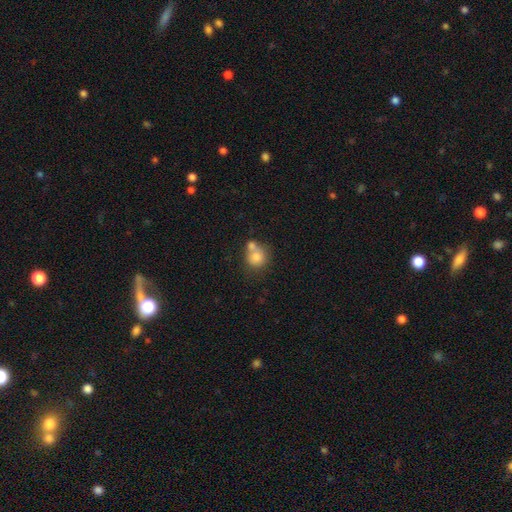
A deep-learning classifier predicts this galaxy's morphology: Smooth or featured? smooth (78%)
How rounded? round (81%)
Merging? merger (47%)